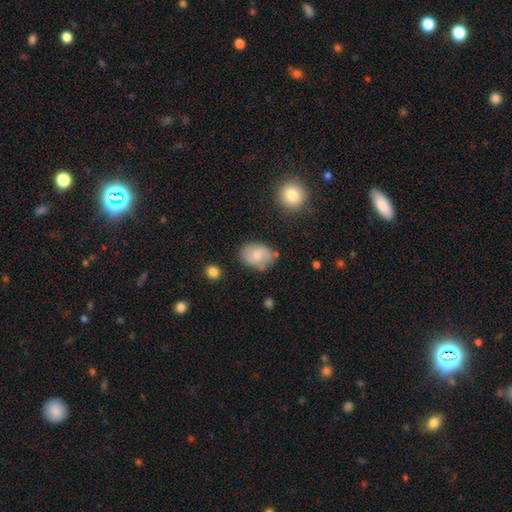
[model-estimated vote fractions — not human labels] This is likely a smooth galaxy (64%). How rounded: likely in between (70%). Merging: likely none (71%).